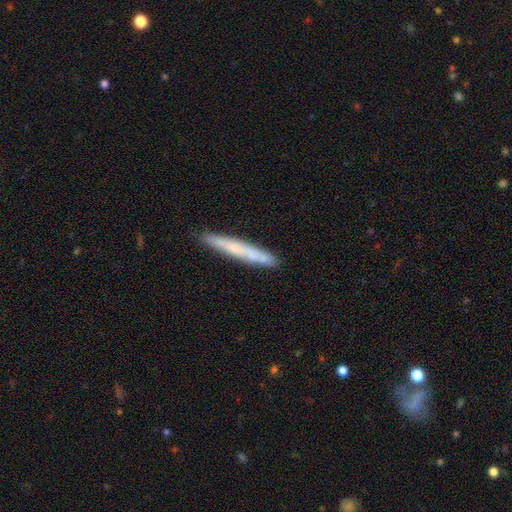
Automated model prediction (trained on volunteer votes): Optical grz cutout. It shows a smooth galaxy with no disk features (65%) that is cigar-shaped (93%). Merging: none (82%).